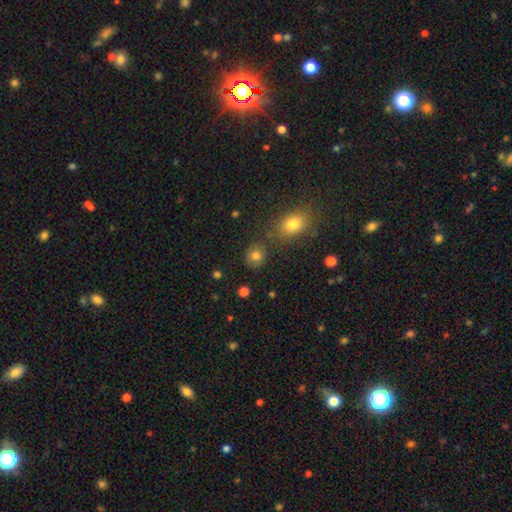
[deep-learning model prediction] This is likely a smooth galaxy (79%). How rounded: clearly round (80%). Merging: likely none (76%).